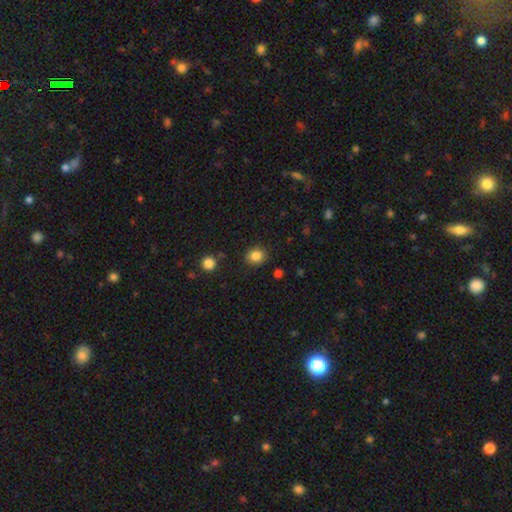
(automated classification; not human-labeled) smooth_or_featured: smooth (p=0.84) [alt: star or artifact p=0.11]
how_rounded: round (p=0.73) [alt: in between p=0.26]
merging: none (p=0.87) [alt: minor disturbance p=0.09]